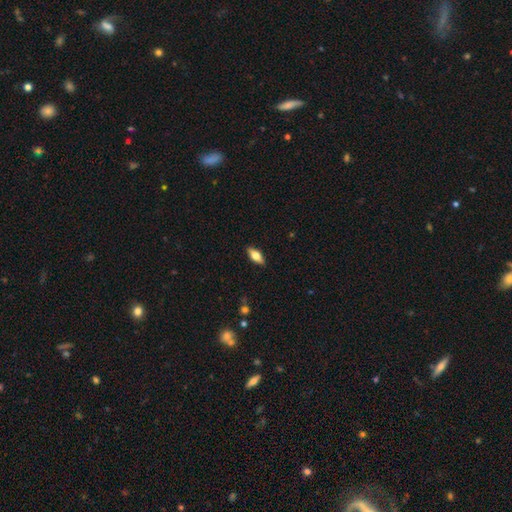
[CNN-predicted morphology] Smooth or featured: smooth — 59% (featured or disk — 34%)
How rounded: in between — 75% (cigar-shaped — 22%)
Merging: none — 88% (minor disturbance — 9%)